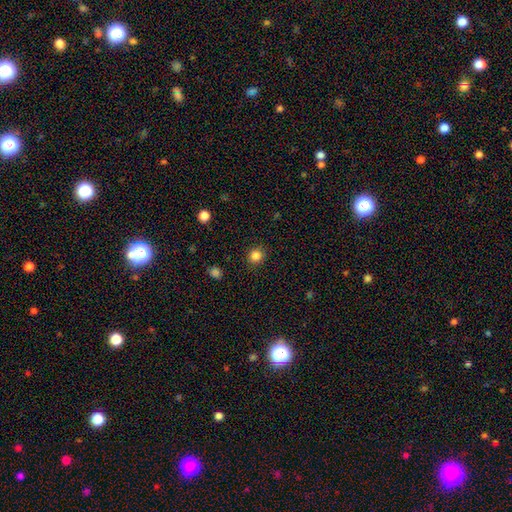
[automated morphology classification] Overall: smooth (84%). How rounded: round (89%). Merging: none (91%).